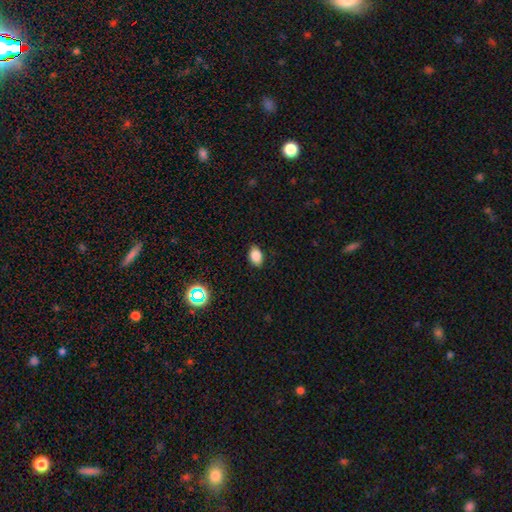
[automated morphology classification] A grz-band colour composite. It shows a smooth galaxy with no disk features (84%) that is in between round and cigar-shaped (84%). Merging: none (86%).